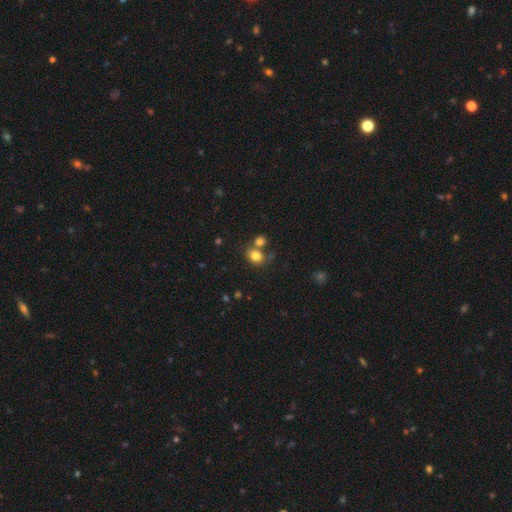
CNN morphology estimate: Smooth or featured? Predicted: smooth (p=0.80). How rounded? Predicted: round (p=0.55). Merging? Predicted: none (p=0.54).